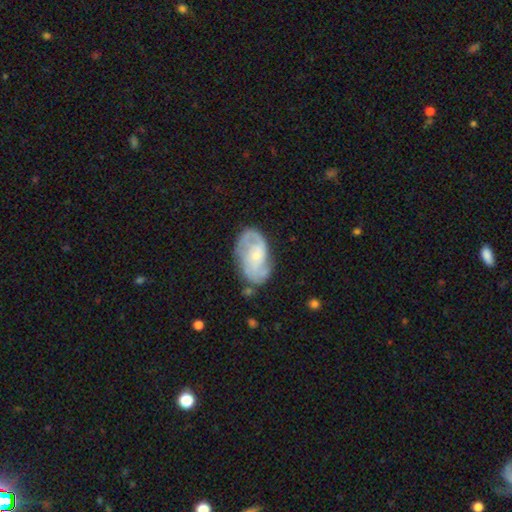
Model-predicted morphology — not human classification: type=featured or disk (76%); edge-on=no (96%); bar=no (63%); spiral arms=yes (91%); winding=medium (44%); arm count=2 (57%); bulge=small (66%); merging=none (68%).